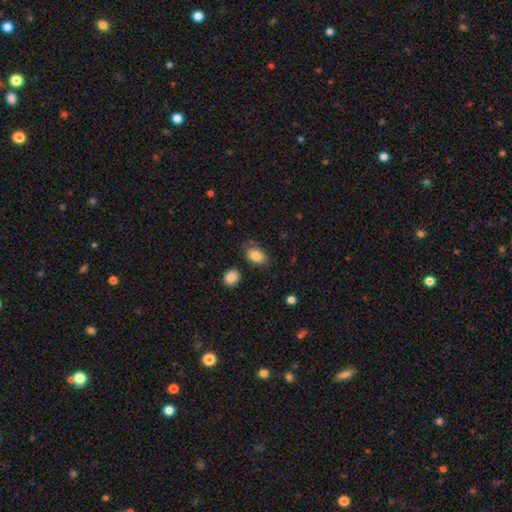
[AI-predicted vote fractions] The model was most divided on "merging": none: 68%, minor disturbance: 21%, major disturbance: 6%, merger: 4%. More confident: how rounded — in between (85%); smooth or featured — smooth (83%).